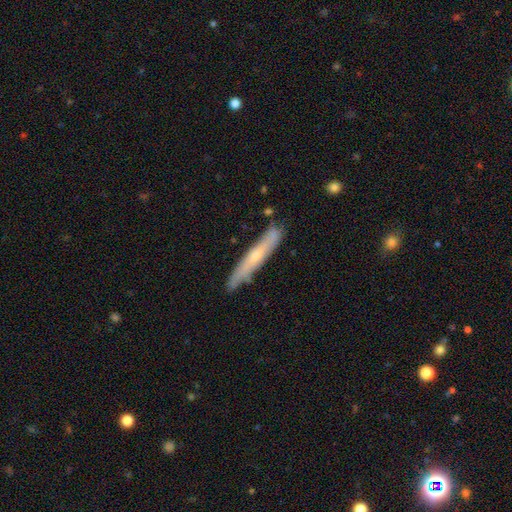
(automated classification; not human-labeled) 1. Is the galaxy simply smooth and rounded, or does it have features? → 48% featured or disk, 47% smooth, 6% star or artifact.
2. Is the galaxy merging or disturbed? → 78% none, 17% minor disturbance, 3% merger, 2% major disturbance.